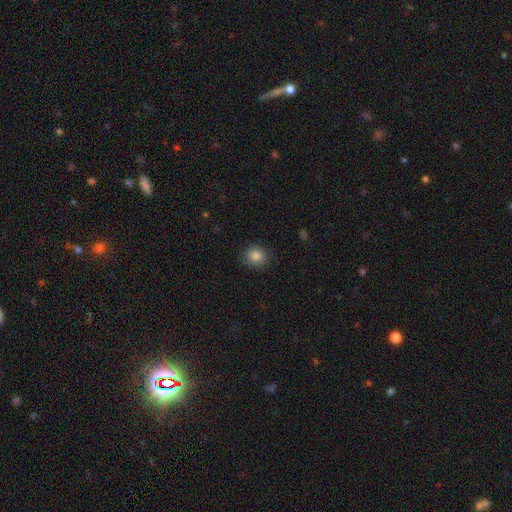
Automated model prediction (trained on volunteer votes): smooth-or-featured: smooth: 85% | star or artifact: 10% | featured or disk: 5%
  how-rounded: round: 77% | in between: 22% | cigar-shaped: 1%
  merging: none: 84% | minor disturbance: 12% | major disturbance: 3% | merger: 1%